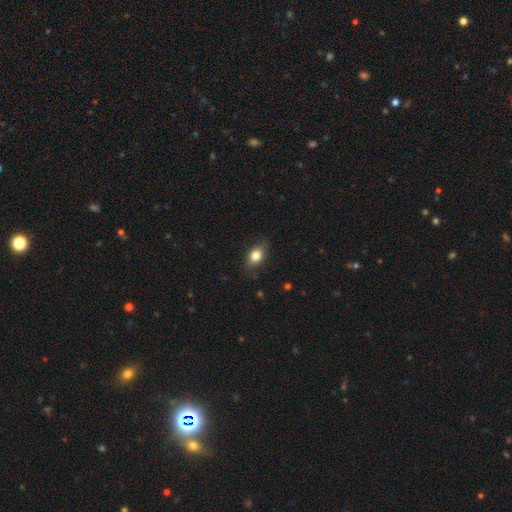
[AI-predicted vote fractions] A smooth galaxy with no disk features (78%) that is in between round and cigar-shaped (76%).

Vote fractions:
- Smooth or featured? smooth: 78% / featured or disk: 13% / star or artifact: 9%
- How rounded? in between: 76% / round: 19% / cigar-shaped: 4%
- Merging? none: 78% / minor disturbance: 17% / major disturbance: 3% / merger: 1%